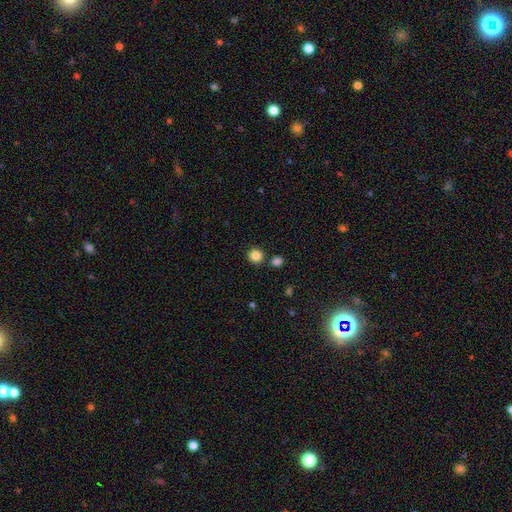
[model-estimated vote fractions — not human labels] Q: Smooth or featured?
A: smooth (85%); runner-up: star or artifact (11%)
Q: How rounded?
A: round (92%); runner-up: in between (7%)
Q: Merging?
A: none (83%); runner-up: merger (8%)